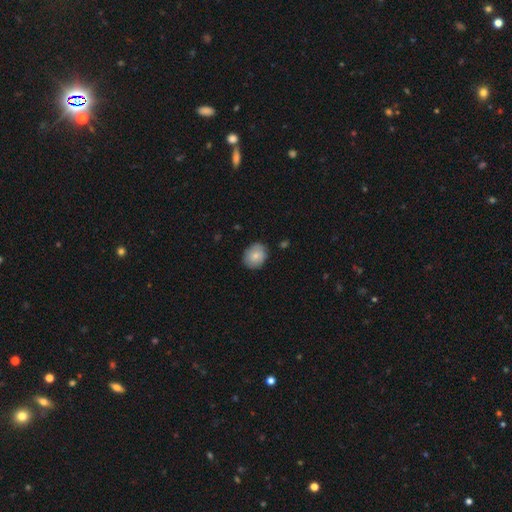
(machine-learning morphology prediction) Smooth or featured: smooth — 78% (featured or disk — 15%)
How rounded: round — 62% (in between — 37%)
Merging: none — 82% (minor disturbance — 14%)